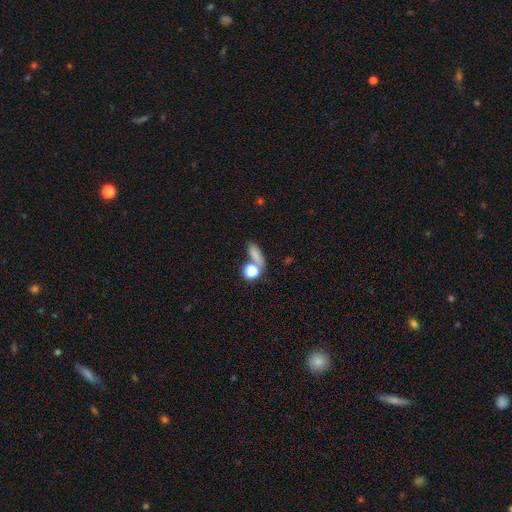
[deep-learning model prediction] smooth_or_featured: smooth (p=0.75) [alt: star or artifact p=0.16]
how_rounded: in between (p=0.59) [alt: round p=0.23]
merging: none (p=0.54) [alt: merger p=0.26]